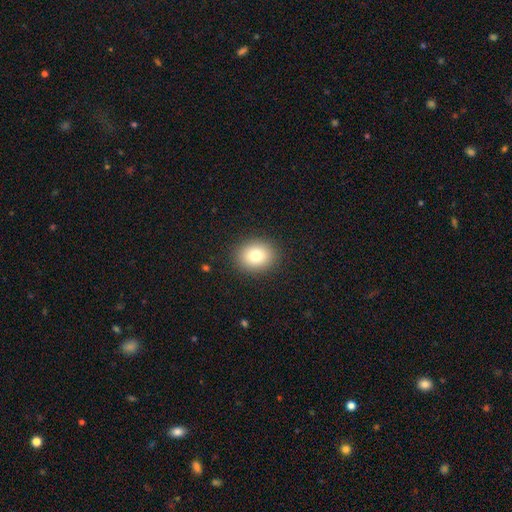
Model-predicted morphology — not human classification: type=smooth (78%); roundness=round (64%); merging=none (90%).